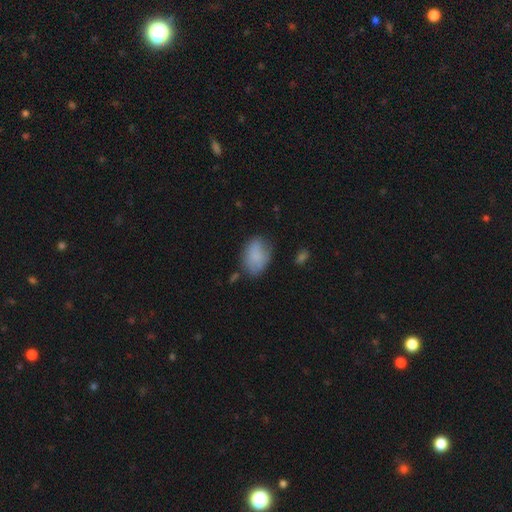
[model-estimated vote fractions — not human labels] smooth-or-featured: smooth: 80% | featured or disk: 13% | star or artifact: 7%
  how-rounded: in between: 81% | round: 17% | cigar-shaped: 1%
  merging: none: 62% | minor disturbance: 26% | major disturbance: 7% | merger: 4%